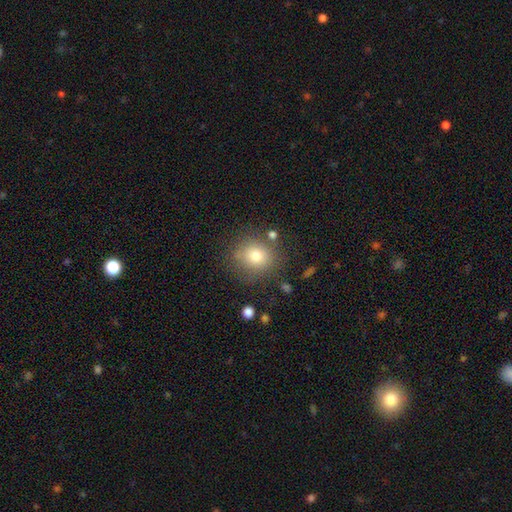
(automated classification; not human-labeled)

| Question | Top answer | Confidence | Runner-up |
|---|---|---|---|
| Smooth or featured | smooth | 78% | star or artifact (12%) |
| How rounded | round | 82% | in between (17%) |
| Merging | none | 77% | minor disturbance (13%) |